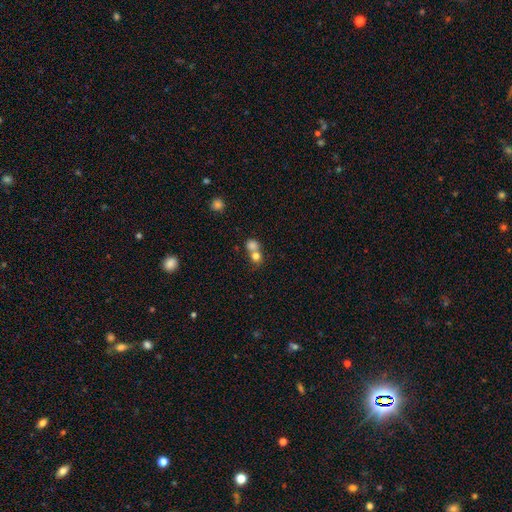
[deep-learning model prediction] Q: Smooth or featured?
A: smooth (77%); runner-up: star or artifact (12%)
Q: How rounded?
A: round (76%); runner-up: in between (23%)
Q: Merging?
A: merger (60%); runner-up: none (32%)